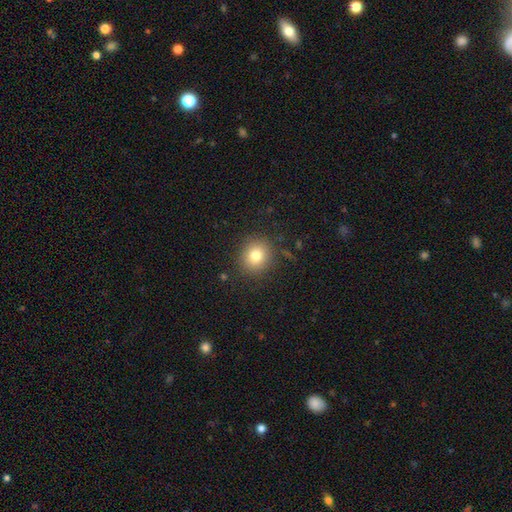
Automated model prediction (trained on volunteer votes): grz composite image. It shows a smooth galaxy with no disk features (79%) that is round (84%). Merging: none (87%).